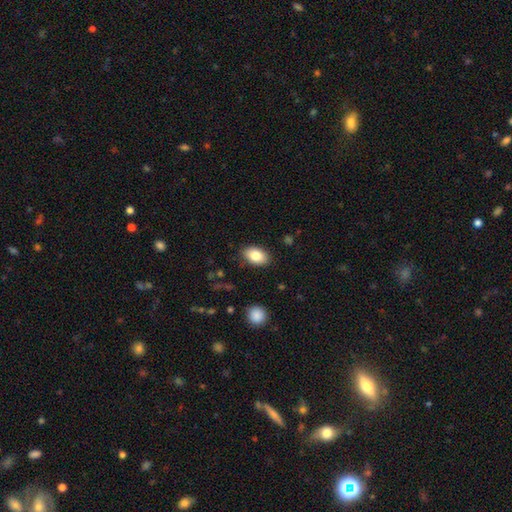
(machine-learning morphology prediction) Smooth or featured?
  - smooth: 83% *
  - featured or disk: 10%
  - star or artifact: 7%
How rounded?
  - in between: 89% *
  - round: 9%
  - cigar-shaped: 1%
Merging?
  - none: 87% *
  - minor disturbance: 10%
  - major disturbance: 2%
  - merger: 1%